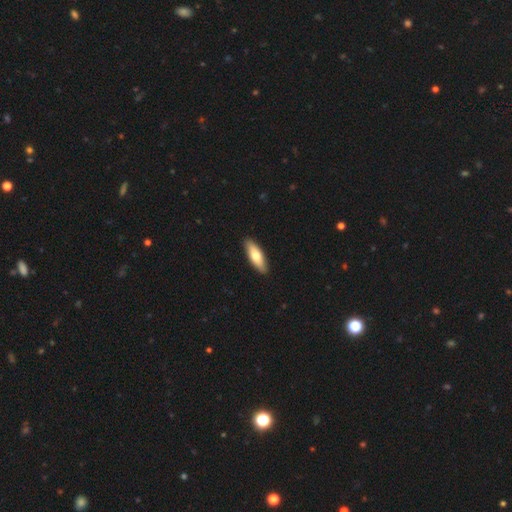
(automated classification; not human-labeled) Smooth or featured? smooth (69%)
How rounded? in between (57%)
Merging? none (90%)